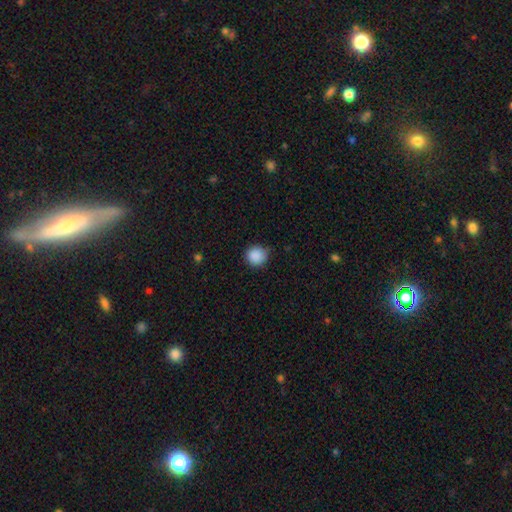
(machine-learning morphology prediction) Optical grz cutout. It shows a smooth galaxy with no disk features (88%) that is round (93%). Merging: none (84%).